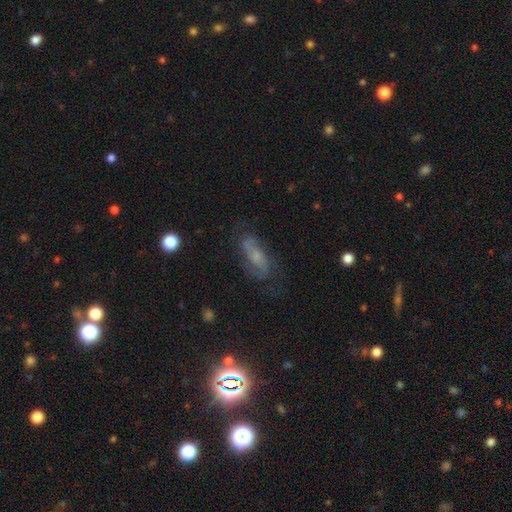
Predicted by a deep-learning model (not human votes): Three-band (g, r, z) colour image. It shows a featured or disk galaxy (61%) with no bar (57%), spiral arms (86%) and a small central bulge (43%). Merging: none (64%).